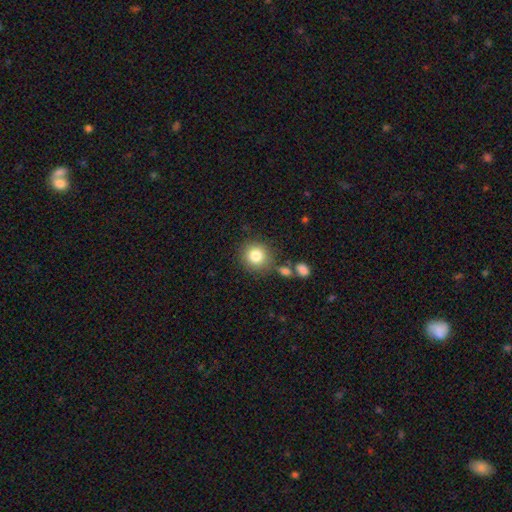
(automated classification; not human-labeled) smooth_or_featured: smooth (p=0.83) [alt: star or artifact p=0.10]
how_rounded: round (p=0.91) [alt: in between p=0.09]
merging: none (p=0.77) [alt: minor disturbance p=0.11]